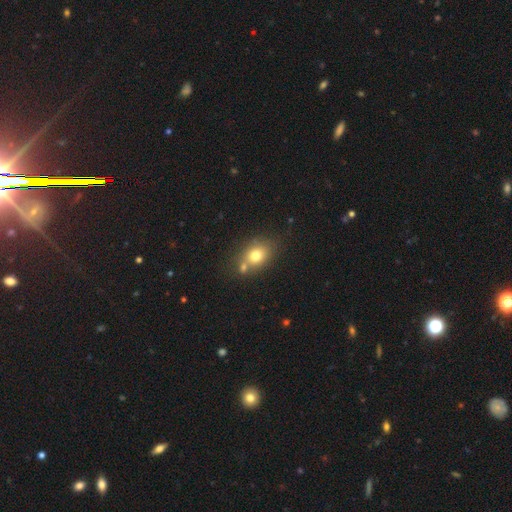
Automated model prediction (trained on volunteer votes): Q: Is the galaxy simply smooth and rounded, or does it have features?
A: smooth — 74%.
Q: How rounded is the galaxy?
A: in between — 59%.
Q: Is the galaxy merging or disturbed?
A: none — 56%.